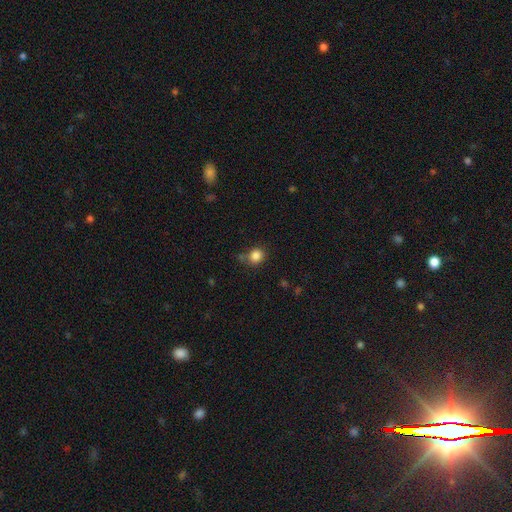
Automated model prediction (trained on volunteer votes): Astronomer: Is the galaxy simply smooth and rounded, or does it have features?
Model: smooth — 85%.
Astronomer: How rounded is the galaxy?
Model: round — 76%.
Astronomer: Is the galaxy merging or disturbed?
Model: none — 73%.